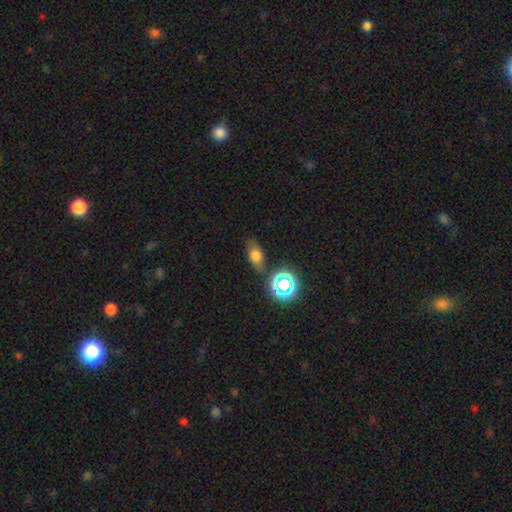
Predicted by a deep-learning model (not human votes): smooth-or-featured: smooth: 64% | star or artifact: 19% | featured or disk: 17%
  how-rounded: in between: 76% | round: 13% | cigar-shaped: 11%
  merging: none: 77% | minor disturbance: 15% | major disturbance: 4% | merger: 4%